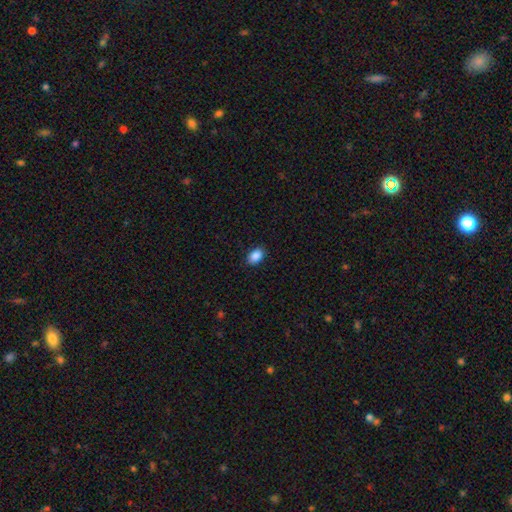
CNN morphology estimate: smooth_or_featured: smooth (p=0.88) [alt: star or artifact p=0.08]
how_rounded: in between (p=0.81) [alt: round p=0.18]
merging: none (p=0.88) [alt: minor disturbance p=0.09]